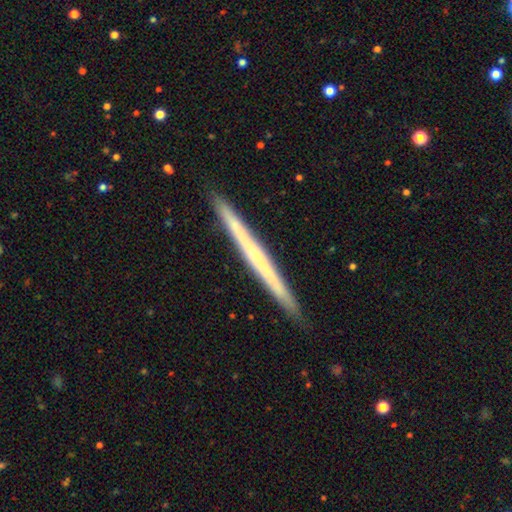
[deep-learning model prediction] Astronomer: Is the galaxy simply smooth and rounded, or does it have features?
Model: featured or disk — 58% (runner-up: smooth, 36%).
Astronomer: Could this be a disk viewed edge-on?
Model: yes — 97%.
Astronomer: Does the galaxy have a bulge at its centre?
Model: none — 85%.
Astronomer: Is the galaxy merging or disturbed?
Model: none — 92%.